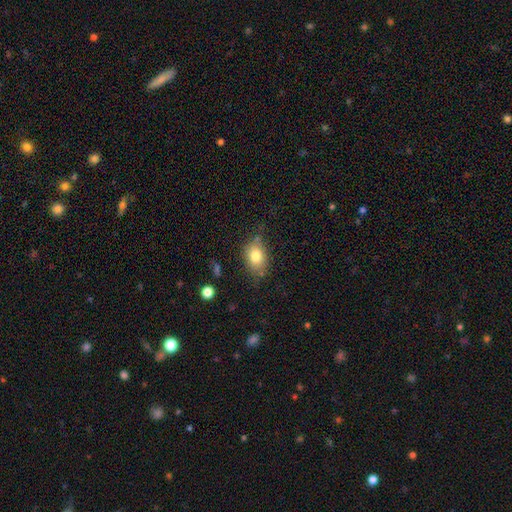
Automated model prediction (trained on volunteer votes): This is likely a smooth galaxy (79%). How rounded: likely in between (72%). Merging: likely none (68%).